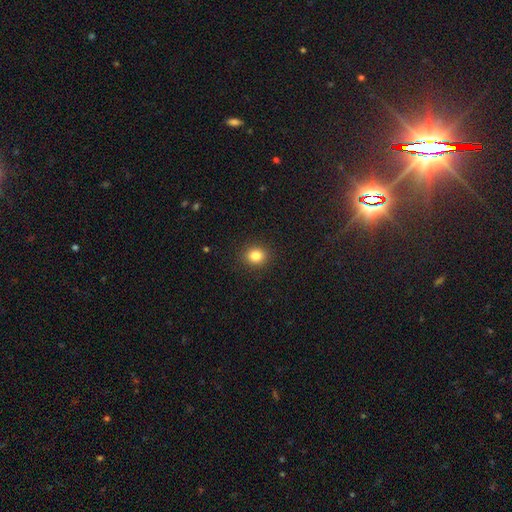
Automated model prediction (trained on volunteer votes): A smooth galaxy with no disk features (83%) that is round (80%). Merging: none (91%).